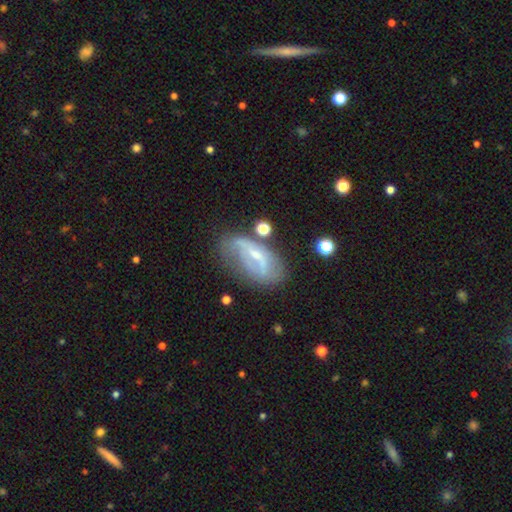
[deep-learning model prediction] The model was most divided on "bar": weak: 42%, no: 30%, strong: 28%. More confident: edge-on disk — no (92%); smooth or featured — featured or disk (68%); spiral arms — yes (67%); bulge size — small (66%); merging — none (51%).